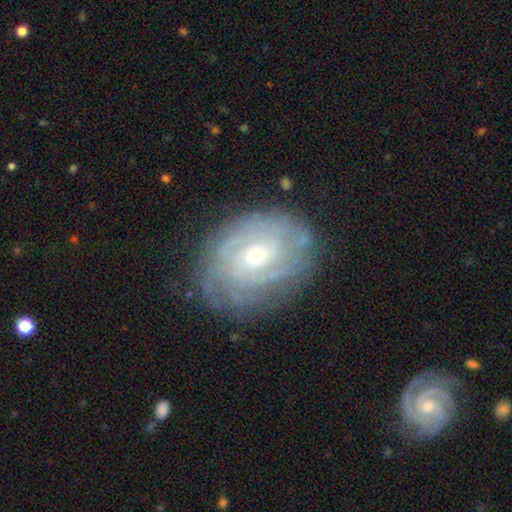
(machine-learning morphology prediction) The model was most divided on "bulge size": moderate: 48%, small: 47%, large: 3%, none: 1%, dominant: 1%. Remaining: edge-on disk — no (96%); spiral arms — yes (91%); smooth or featured — featured or disk (82%); merging — none (76%); spiral winding — tight (73%); bar — no (61%); spiral arm count — can't tell (47%).